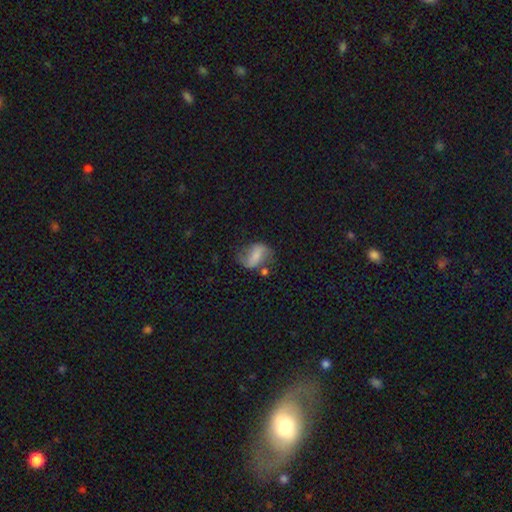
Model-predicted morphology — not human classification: This appears to be a featured or disk galaxy (46%). Merging: none (52%).